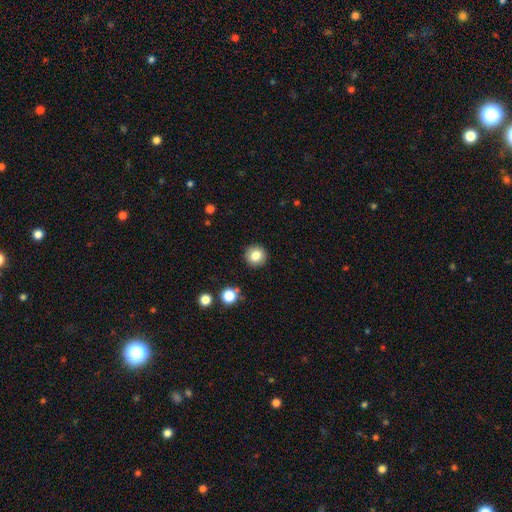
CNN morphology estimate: Smooth or featured? smooth (83%)
How rounded? round (93%)
Merging? none (90%)